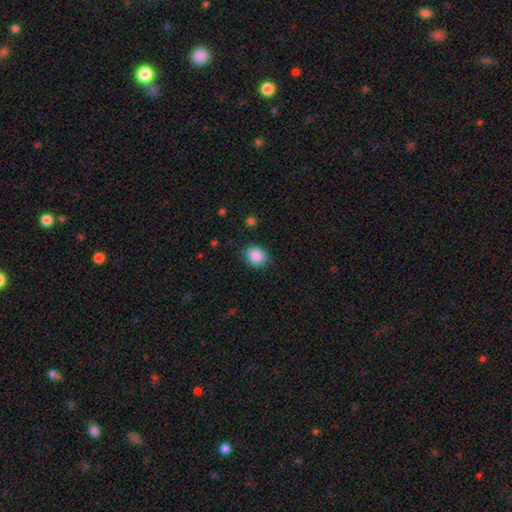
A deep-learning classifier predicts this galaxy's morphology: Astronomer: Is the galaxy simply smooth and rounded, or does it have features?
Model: smooth — 88%.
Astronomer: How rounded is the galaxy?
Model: round — 50% (runner-up: in between, 49%).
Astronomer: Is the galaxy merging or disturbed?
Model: none — 82%.